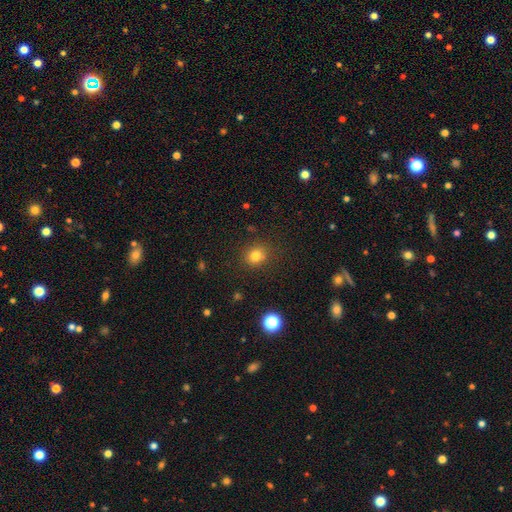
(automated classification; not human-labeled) Morphology: type=smooth (79%); roundness=round (81%); merging=none (85%).